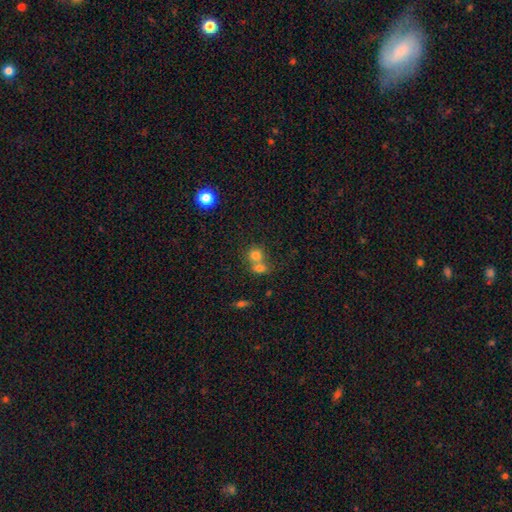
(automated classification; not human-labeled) Smooth or featured? Predicted: smooth (p=0.76). How rounded? Predicted: round (p=0.79). Merging? Predicted: merger (p=0.57).